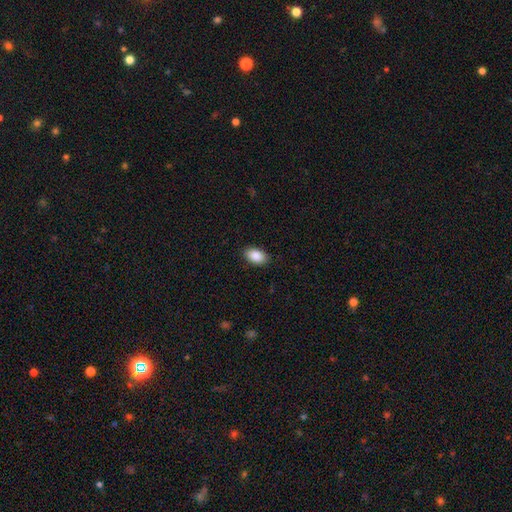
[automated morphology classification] The model was most divided on "merging": none: 89%, minor disturbance: 8%, major disturbance: 2%, merger: 1%. More confident: how rounded — in between (92%); smooth or featured — smooth (88%).